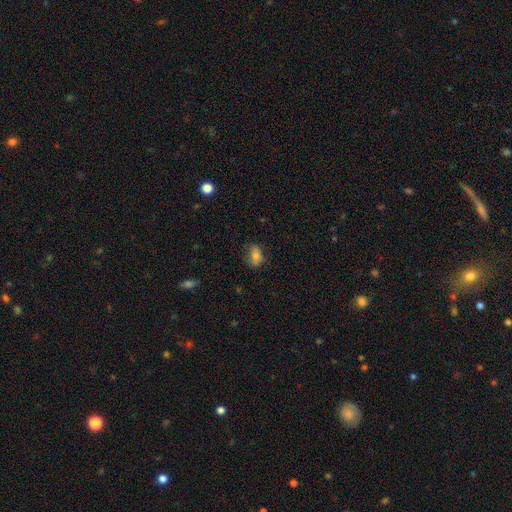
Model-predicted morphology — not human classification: A smooth galaxy with no disk features (73%) that is in between round and cigar-shaped (80%).

Vote fractions:
- Smooth or featured? smooth: 73% / featured or disk: 17% / star or artifact: 10%
- How rounded? in between: 80% / round: 17% / cigar-shaped: 3%
- Merging? none: 70% / minor disturbance: 22% / major disturbance: 6% / merger: 1%